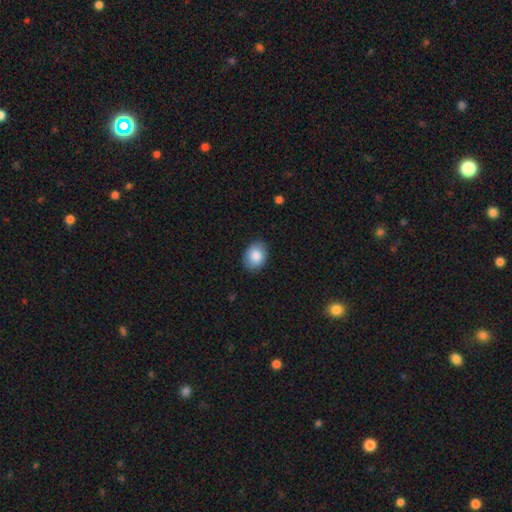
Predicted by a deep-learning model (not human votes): A smooth galaxy with no disk features (86%) that is in between round and cigar-shaped (60%).

Vote fractions:
- Smooth or featured? smooth: 86% / star or artifact: 7% / featured or disk: 7%
- How rounded? in between: 60% / round: 39% / cigar-shaped: 1%
- Merging? none: 86% / minor disturbance: 10% / major disturbance: 2% / merger: 1%